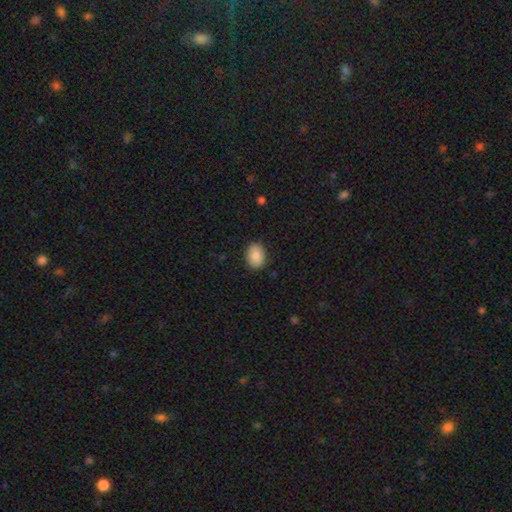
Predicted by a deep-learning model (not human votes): smooth_or_featured: smooth (p=0.88) [alt: star or artifact p=0.07]
how_rounded: in between (p=0.71) [alt: round p=0.28]
merging: none (p=0.87) [alt: minor disturbance p=0.09]